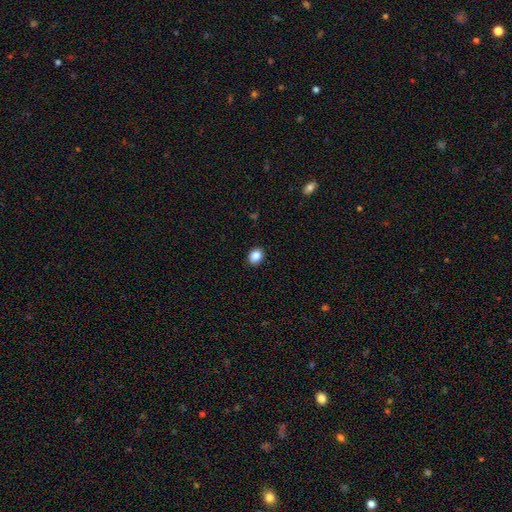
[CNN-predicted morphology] This appears to be a smooth galaxy with no disk features (86%) that is round (53%). Merging: none (91%).